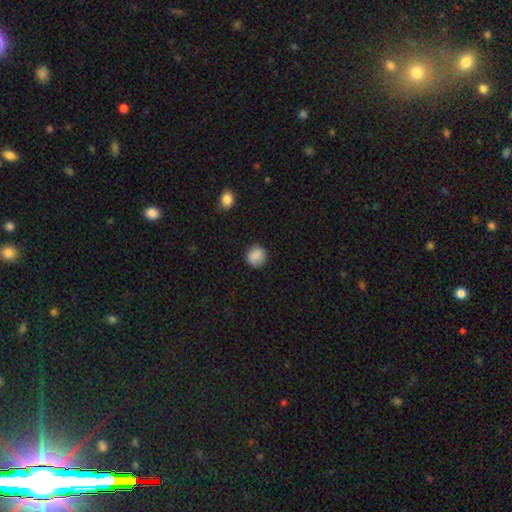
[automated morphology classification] type=smooth (88%); roundness=round (88%); merging=none (86%).